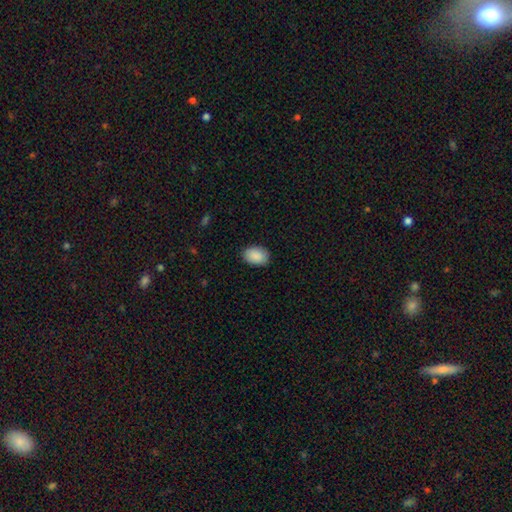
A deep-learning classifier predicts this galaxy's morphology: A smooth galaxy with no disk features (90%) that is in between round and cigar-shaped (84%).

Vote fractions:
- Smooth or featured? smooth: 90% / star or artifact: 6% / featured or disk: 3%
- How rounded? in between: 84% / round: 15% / cigar-shaped: 1%
- Merging? none: 87% / minor disturbance: 10% / major disturbance: 2% / merger: 1%